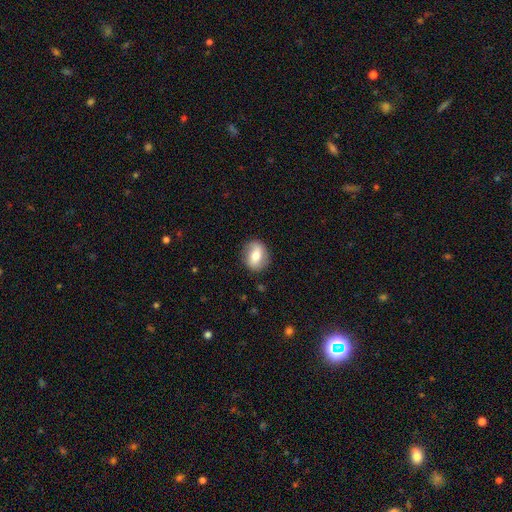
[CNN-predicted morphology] Q: Smooth or featured?
A: smooth (65%); runner-up: featured or disk (27%)
Q: How rounded?
A: in between (50%); runner-up: round (49%)
Q: Merging?
A: none (84%); runner-up: minor disturbance (11%)